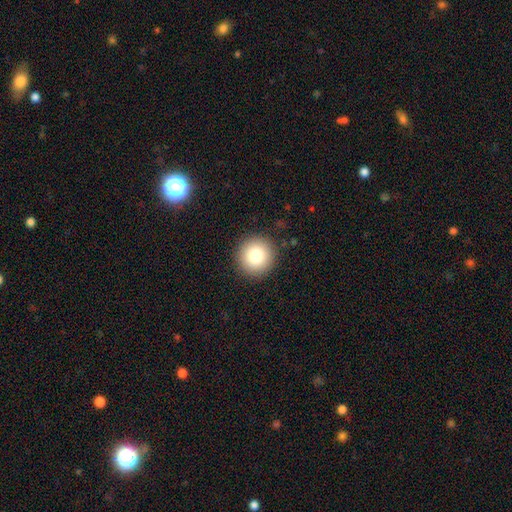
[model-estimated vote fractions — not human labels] smooth 81%, star or artifact 10%, featured or disk 9%. Down the decision tree: how rounded — round (94%); merging — none (91%).